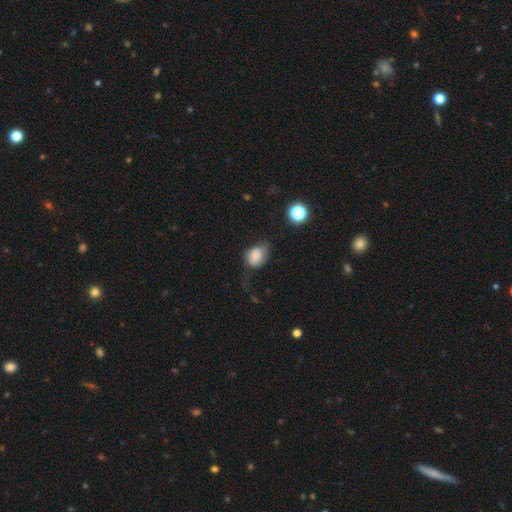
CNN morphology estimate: smooth 77%, featured or disk 14%, star or artifact 10%. Down the decision tree: how rounded — in between (67%); merging — none (35%).